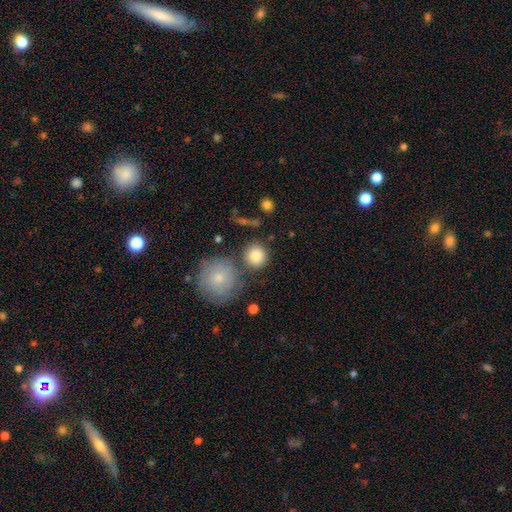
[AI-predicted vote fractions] Smooth or featured?
  - smooth: 83% *
  - featured or disk: 9%
  - star or artifact: 8%
How rounded?
  - round: 92% *
  - in between: 7%
  - cigar-shaped: 1%
Merging?
  - none: 73% *
  - merger: 12%
  - minor disturbance: 11%
  - major disturbance: 5%